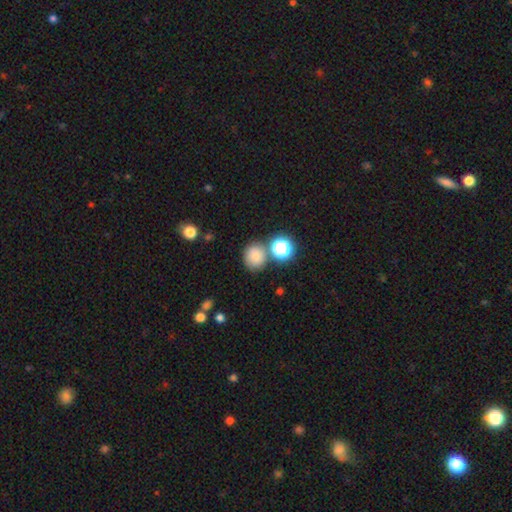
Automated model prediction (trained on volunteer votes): smooth_or_featured: smooth (p=0.77) [alt: star or artifact p=0.16]
how_rounded: round (p=0.79) [alt: in between p=0.20]
merging: none (p=0.68) [alt: merger p=0.15]